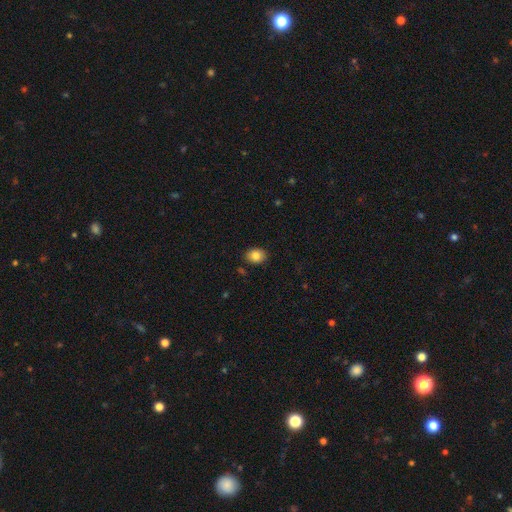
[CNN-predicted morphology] Smooth or featured: smooth — 83% (star or artifact — 9%)
How rounded: in between — 60% (round — 39%)
Merging: none — 87% (minor disturbance — 9%)